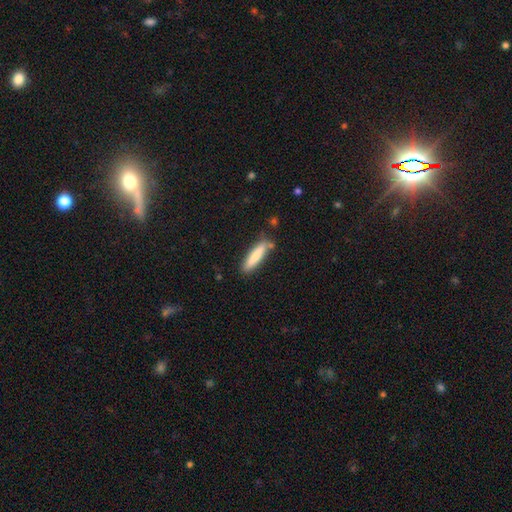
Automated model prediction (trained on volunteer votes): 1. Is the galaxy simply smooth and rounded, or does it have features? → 80% smooth, 14% featured or disk, 6% star or artifact.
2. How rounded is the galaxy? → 81% cigar-shaped, 18% in between, 1% round.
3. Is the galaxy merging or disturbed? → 81% none, 12% minor disturbance, 4% merger, 2% major disturbance.